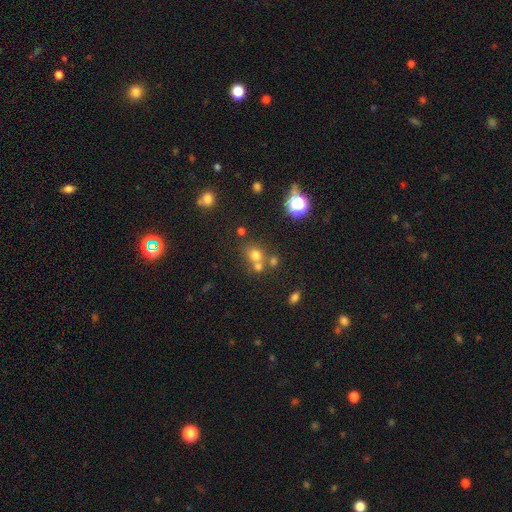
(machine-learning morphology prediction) smooth-or-featured: smooth: 66% | star or artifact: 23% | featured or disk: 11%
  how-rounded: round: 75% | in between: 23% | cigar-shaped: 1%
  merging: none: 53% | merger: 34% | minor disturbance: 9% | major disturbance: 4%